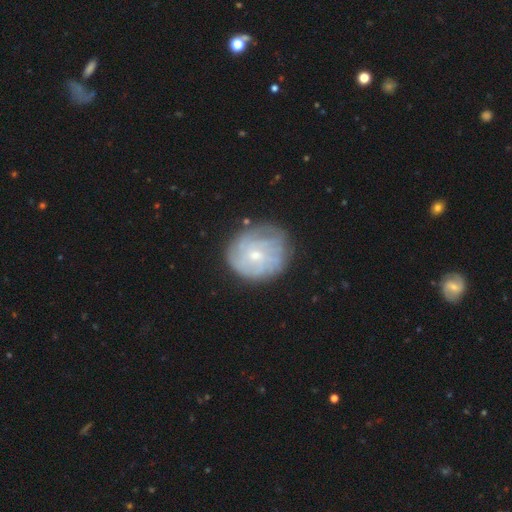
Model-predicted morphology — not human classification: featured or disk 60%, smooth 32%, star or artifact 8%. Down the decision tree: edge-on disk — no (97%); bar — no (73%); spiral arms — yes (72%); bulge size — small (66%); merging — none (70%).